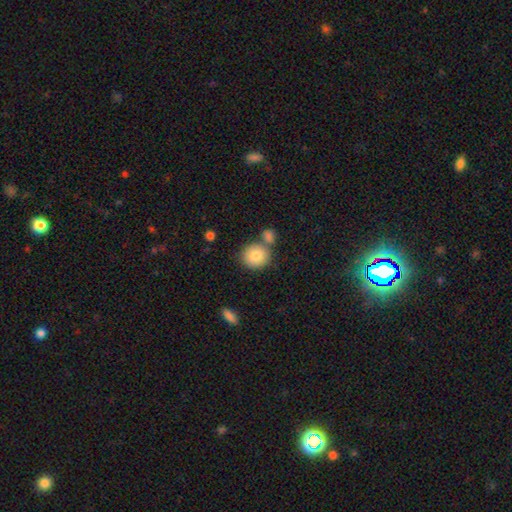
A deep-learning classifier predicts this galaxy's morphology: A smooth galaxy with no disk features (83%) that is round (84%).

Vote fractions:
- Smooth or featured? smooth: 83% / featured or disk: 9% / star or artifact: 8%
- How rounded? round: 84% / in between: 15% / cigar-shaped: 1%
- Merging? none: 63% / merger: 24% / minor disturbance: 10% / major disturbance: 3%